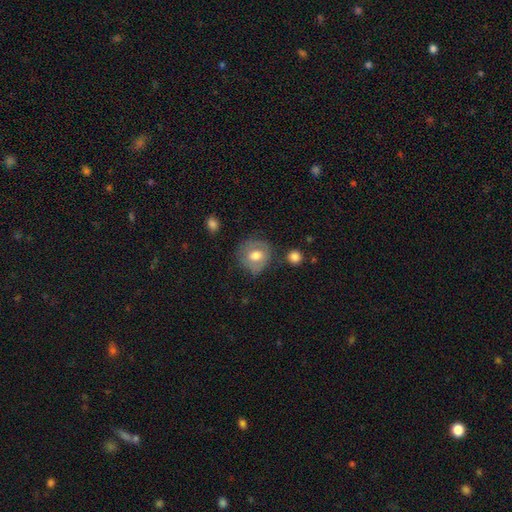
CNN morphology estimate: Smooth or featured?
  - smooth: 57% *
  - featured or disk: 35%
  - star or artifact: 7%
How rounded?
  - round: 78% *
  - in between: 21%
  - cigar-shaped: 1%
Merging?
  - none: 65% *
  - minor disturbance: 22%
  - major disturbance: 9%
  - merger: 4%